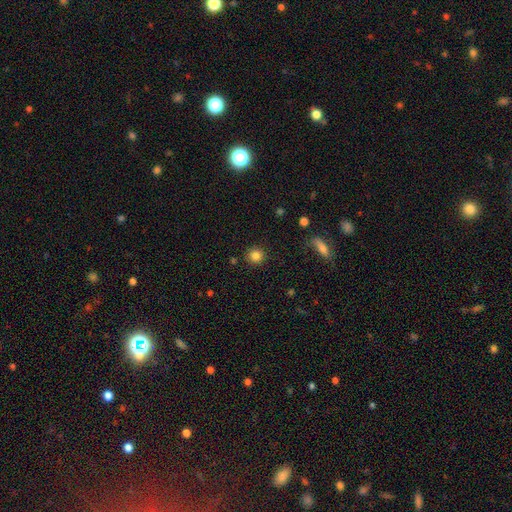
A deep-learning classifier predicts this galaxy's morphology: Overall: smooth (84%). How rounded: round (93%). Merging: none (90%).